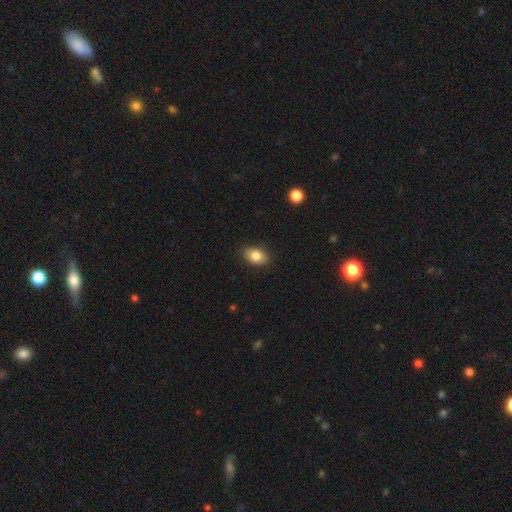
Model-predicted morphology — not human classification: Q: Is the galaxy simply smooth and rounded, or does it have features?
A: smooth — 83%.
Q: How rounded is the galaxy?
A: in between — 85%.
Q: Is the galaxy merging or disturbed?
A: none — 86%.